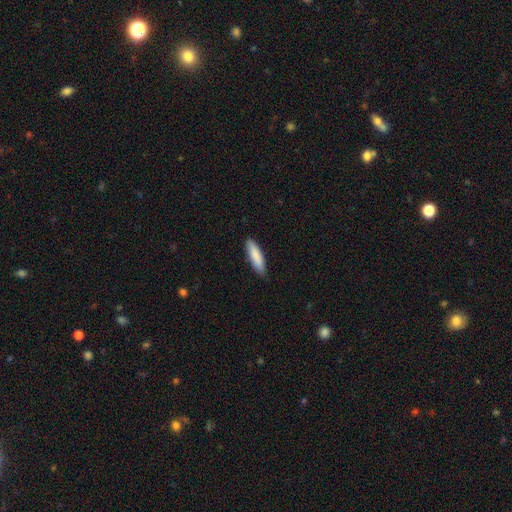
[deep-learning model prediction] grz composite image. It shows a smooth galaxy with no disk features (87%) that is cigar-shaped (65%). Merging: none (84%).